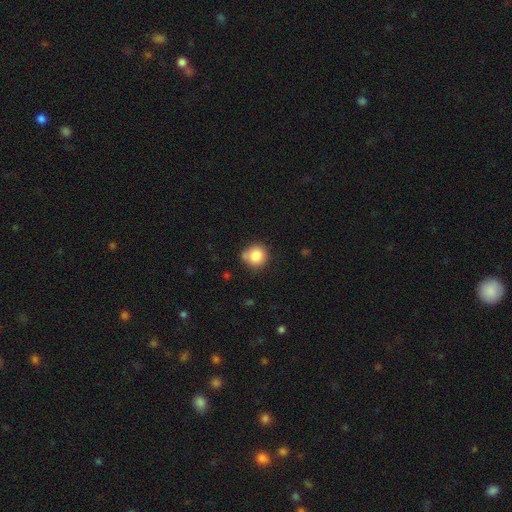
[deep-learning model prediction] A smooth galaxy with no disk features (85%) that is round (90%).

Vote fractions:
- Smooth or featured? smooth: 85% / star or artifact: 9% / featured or disk: 6%
- How rounded? round: 90% / in between: 9% / cigar-shaped: 1%
- Merging? none: 66% / minor disturbance: 21% / merger: 8% / major disturbance: 5%